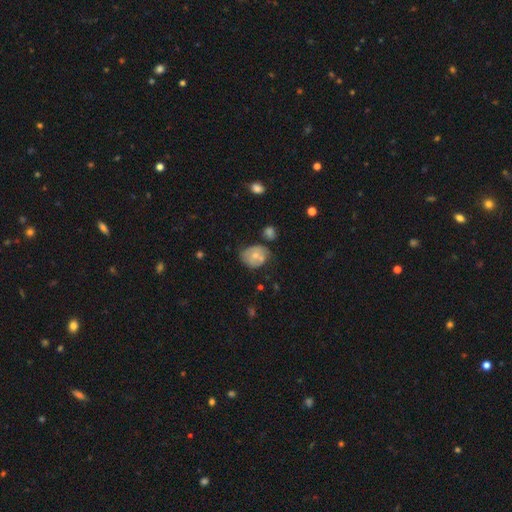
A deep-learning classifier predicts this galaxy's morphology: This appears to be a smooth galaxy with no disk features (54%) that is round (52%). Merging: none (45%).